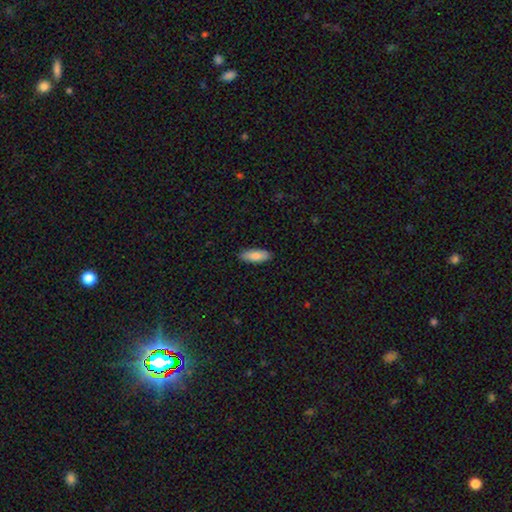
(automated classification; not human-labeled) Morphology: type=smooth (85%); roundness=in between (70%); merging=none (88%).